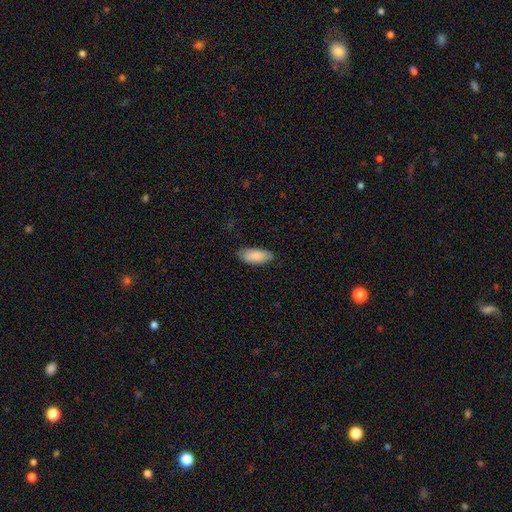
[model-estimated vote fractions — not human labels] This appears to be a smooth galaxy with no disk features (85%) that is in between round and cigar-shaped (87%). Merging: none (80%).